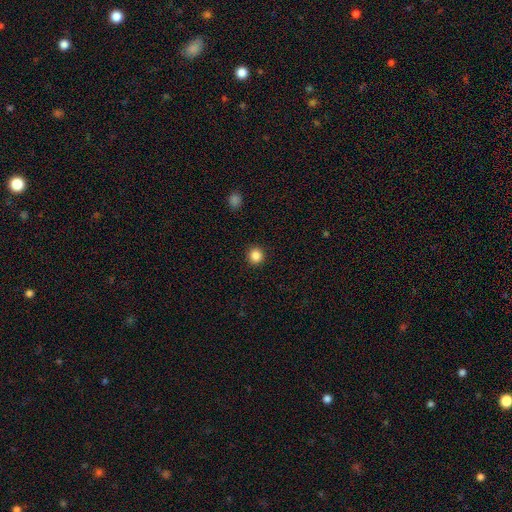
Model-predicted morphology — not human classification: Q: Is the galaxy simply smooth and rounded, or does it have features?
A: smooth — 86%.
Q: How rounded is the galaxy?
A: round — 94%.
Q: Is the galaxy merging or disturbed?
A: none — 93%.